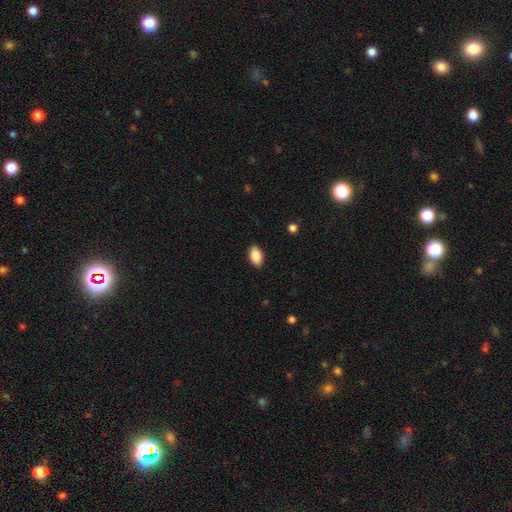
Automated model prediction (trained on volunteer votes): smooth_or_featured: smooth (p=0.89) [alt: star or artifact p=0.07]
how_rounded: in between (p=0.93) [alt: round p=0.05]
merging: none (p=0.89) [alt: minor disturbance p=0.08]